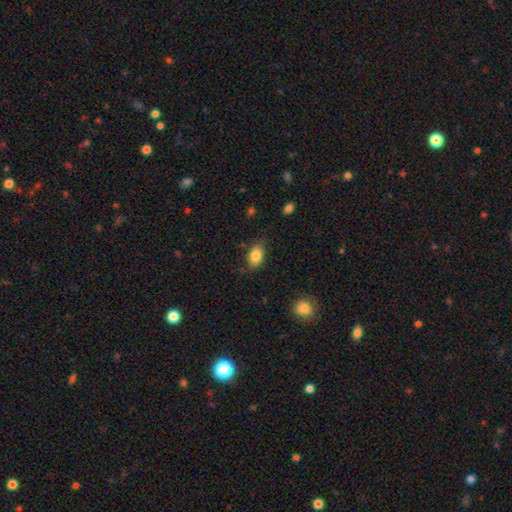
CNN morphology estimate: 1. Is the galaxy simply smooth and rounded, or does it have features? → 84% smooth, 8% featured or disk, 8% star or artifact.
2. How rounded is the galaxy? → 85% in between, 13% round, 2% cigar-shaped.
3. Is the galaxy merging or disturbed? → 76% none, 18% minor disturbance, 4% major disturbance, 1% merger.